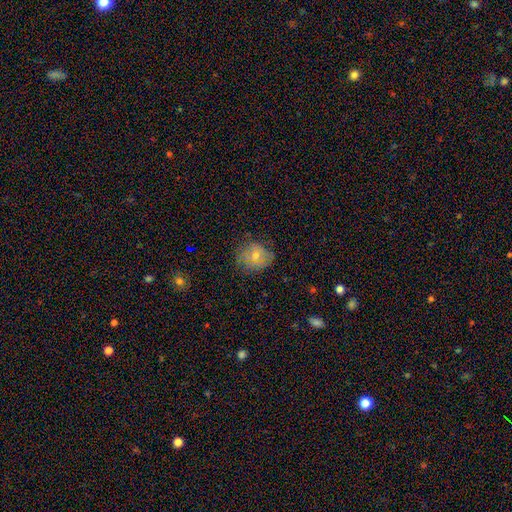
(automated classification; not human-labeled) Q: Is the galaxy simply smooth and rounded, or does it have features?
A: smooth — 53%.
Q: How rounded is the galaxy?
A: round — 69%.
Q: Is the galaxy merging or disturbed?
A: none — 72%.